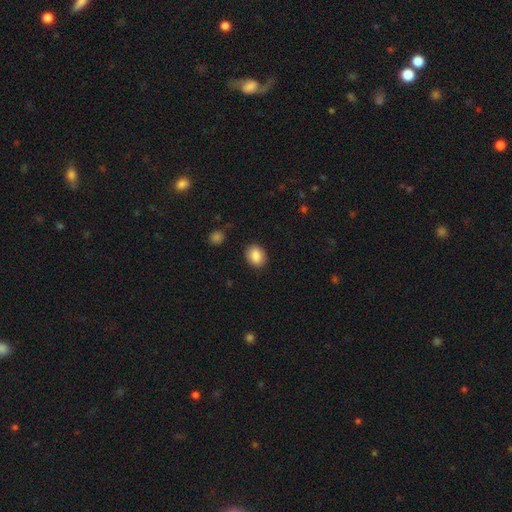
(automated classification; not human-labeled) smooth-or-featured: smooth: 88% | star or artifact: 8% | featured or disk: 5%
  how-rounded: in between: 55% | round: 44% | cigar-shaped: 1%
  merging: none: 88% | minor disturbance: 8% | major disturbance: 2% | merger: 1%